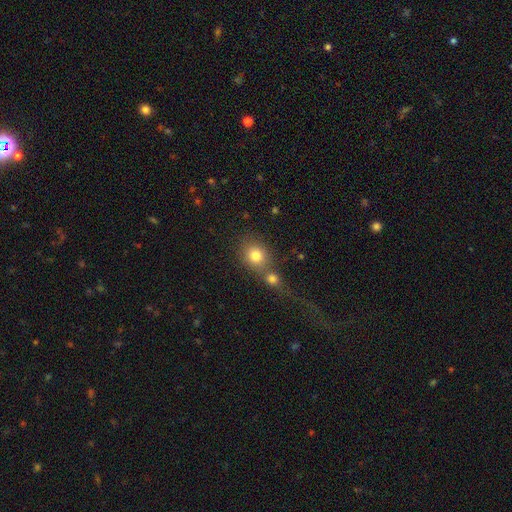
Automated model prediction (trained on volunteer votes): This is likely a smooth galaxy (79%). How rounded: likely round (76%). Merging: marginally none (44%).